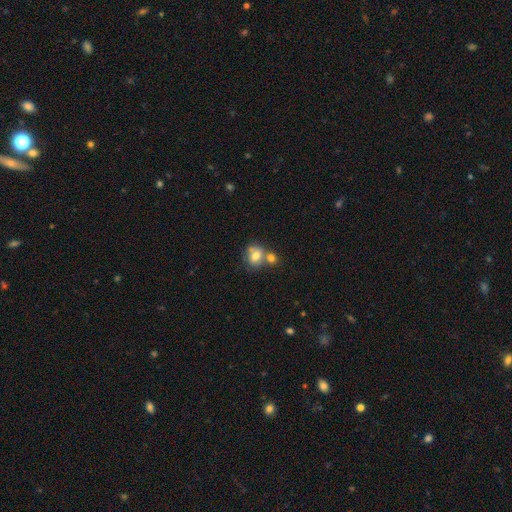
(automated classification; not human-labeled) Smooth or featured?
  - smooth: 72% *
  - featured or disk: 17%
  - star or artifact: 10%
How rounded?
  - round: 62% *
  - in between: 37%
  - cigar-shaped: 1%
Merging?
  - merger: 45% *
  - none: 40%
  - minor disturbance: 11%
  - major disturbance: 4%